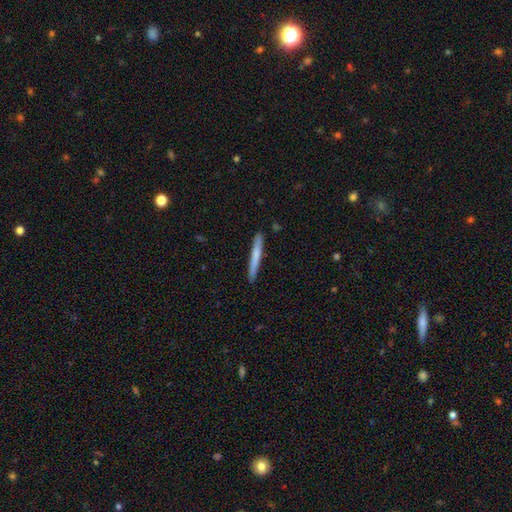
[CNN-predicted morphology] This is likely a smooth galaxy (67%). How rounded: clearly cigar-shaped (97%). Merging: clearly none (90%).